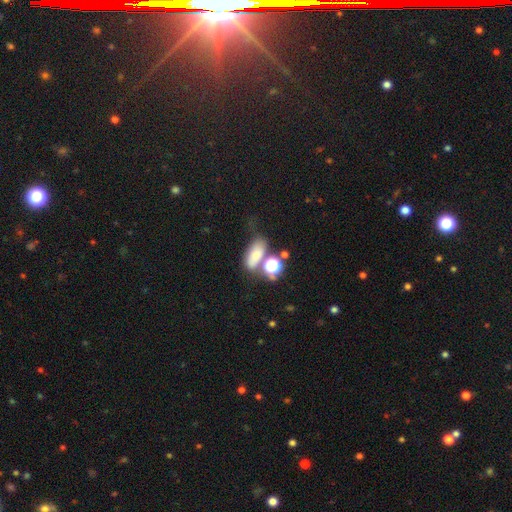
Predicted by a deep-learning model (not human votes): Morphology: type=smooth (69%); roundness=in between (75%); merging=none (46%).